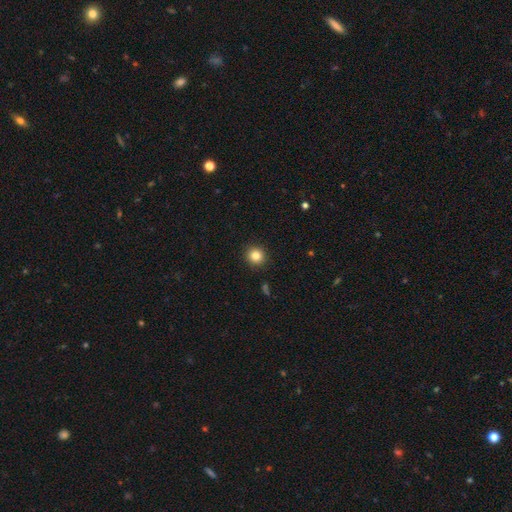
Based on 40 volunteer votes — Q: Smooth or featured?
A: smooth (90%); runner-up: featured or disk (5%)
Q: How rounded?
A: round (83%); runner-up: in between (17%)
Q: Merging?
A: none (92%); runner-up: minor disturbance (5%)